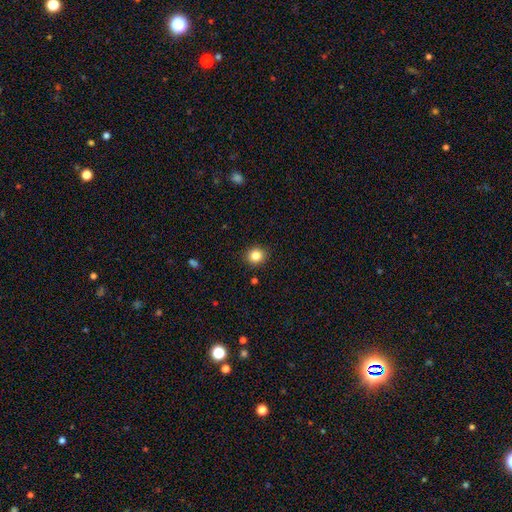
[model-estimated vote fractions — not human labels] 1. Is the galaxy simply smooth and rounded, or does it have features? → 84% smooth, 11% star or artifact, 5% featured or disk.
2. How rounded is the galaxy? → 87% round, 12% in between, 1% cigar-shaped.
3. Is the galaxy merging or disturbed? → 91% none, 6% minor disturbance, 2% major disturbance, 1% merger.